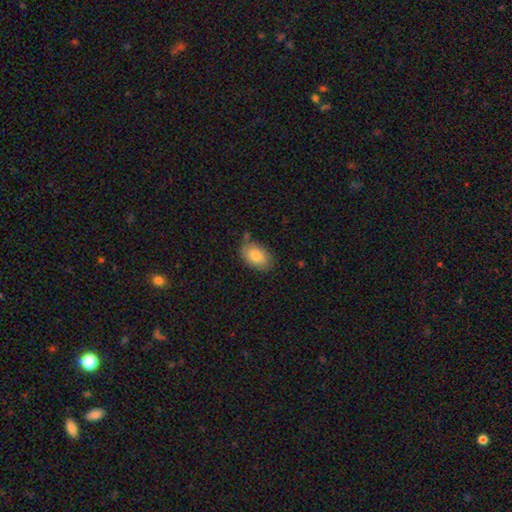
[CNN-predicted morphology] smooth_or_featured: smooth (p=0.83) [alt: featured or disk p=0.10]
how_rounded: in between (p=0.89) [alt: round p=0.09]
merging: none (p=0.77) [alt: minor disturbance p=0.16]